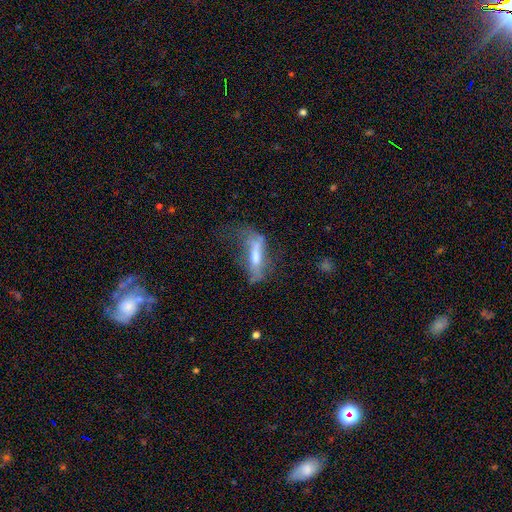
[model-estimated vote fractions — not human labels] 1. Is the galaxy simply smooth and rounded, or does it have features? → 53% featured or disk, 37% smooth, 10% star or artifact.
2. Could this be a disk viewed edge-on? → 62% no, 38% yes.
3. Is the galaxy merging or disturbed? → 41% major disturbance, 30% none, 24% minor disturbance, 4% merger.